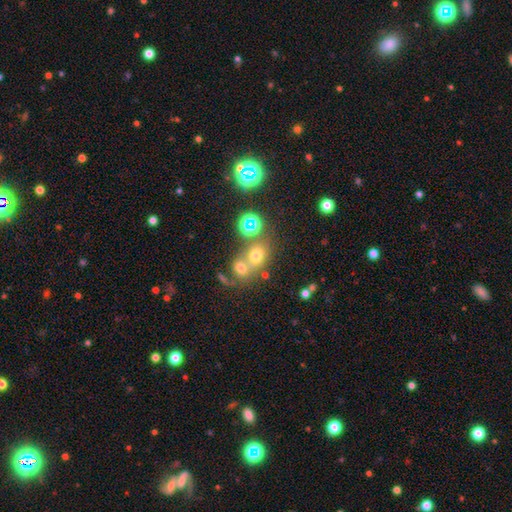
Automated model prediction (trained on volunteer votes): Smooth or featured?
  - smooth: 62% *
  - star or artifact: 25%
  - featured or disk: 14%
How rounded?
  - round: 68% *
  - in between: 31%
  - cigar-shaped: 1%
Merging?
  - none: 44% *
  - merger: 43%
  - minor disturbance: 8%
  - major disturbance: 5%